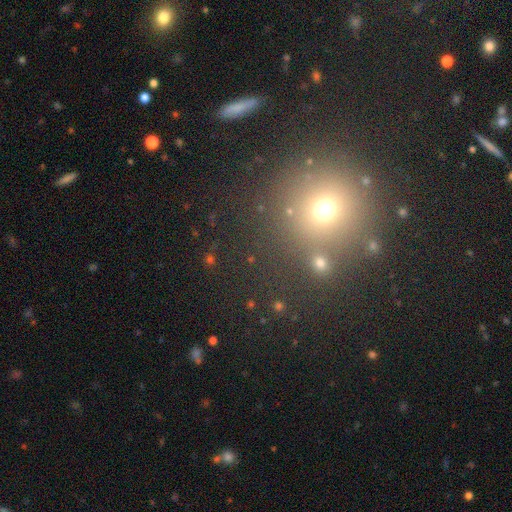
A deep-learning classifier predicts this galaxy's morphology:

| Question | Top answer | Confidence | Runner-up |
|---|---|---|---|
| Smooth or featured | smooth | 55% | star or artifact (36%) |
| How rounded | round | 93% | in between (6%) |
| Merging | none | 81% | minor disturbance (8%) |